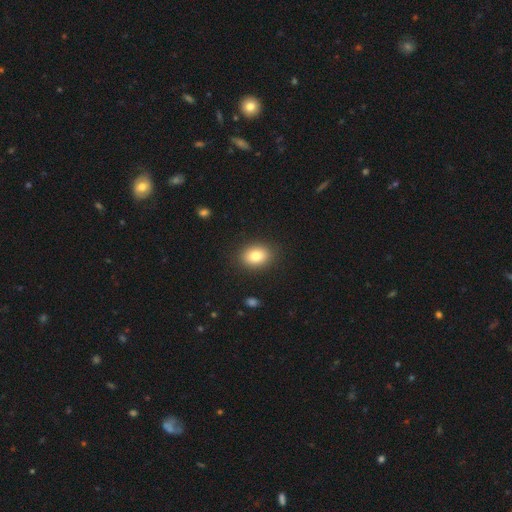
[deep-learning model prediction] The model was most divided on "how rounded": in between: 64%, round: 35%, cigar-shaped: 1%. More confident: merging — none (89%); smooth or featured — smooth (81%).